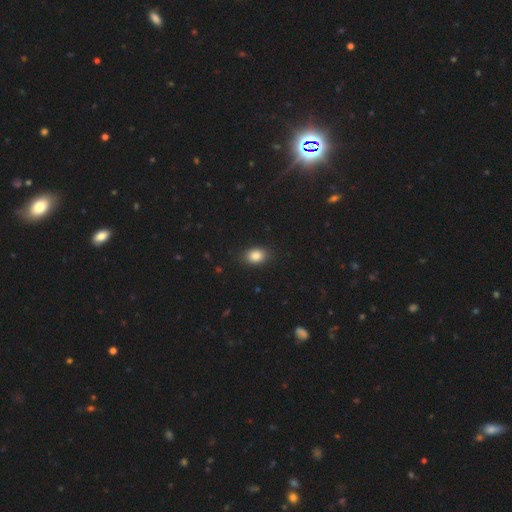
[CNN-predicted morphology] type=smooth (85%); roundness=in between (74%); merging=none (87%).